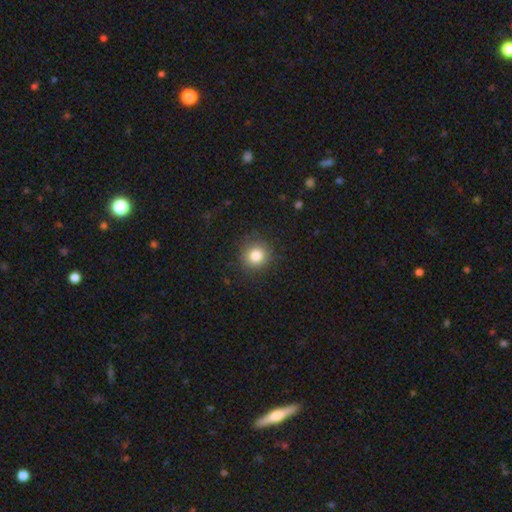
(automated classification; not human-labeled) This is clearly a smooth galaxy (83%). How rounded: clearly round (88%). Merging: clearly none (87%).